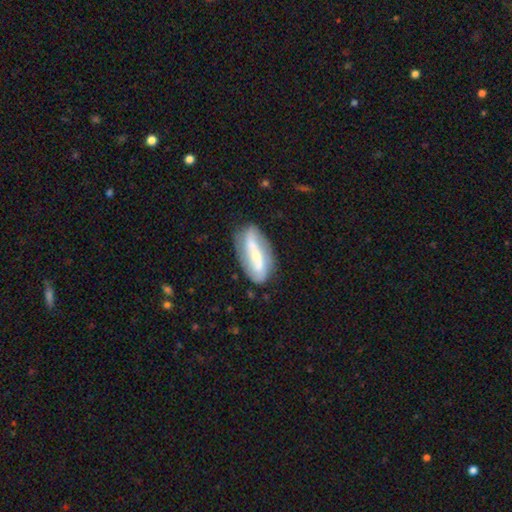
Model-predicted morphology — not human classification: featured or disk 70%, smooth 24%, star or artifact 6%. Down the decision tree: edge-on disk — no (84%); bar — strong (64%); spiral arms — yes (73%); bulge size — small (57%); merging — none (77%).